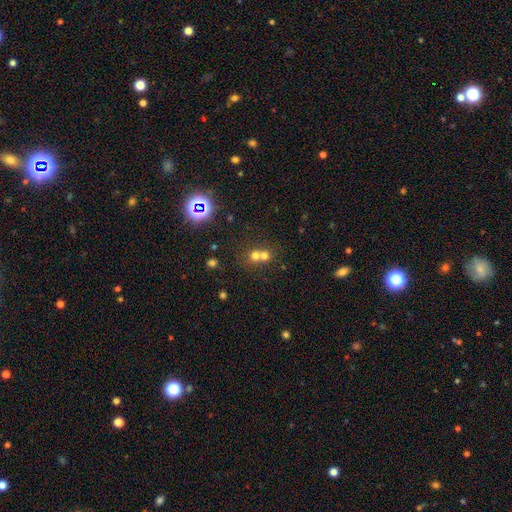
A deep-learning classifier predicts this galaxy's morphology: This appears to be a smooth galaxy with no disk features (65%) that is round (83%). Merging: merger (58%).